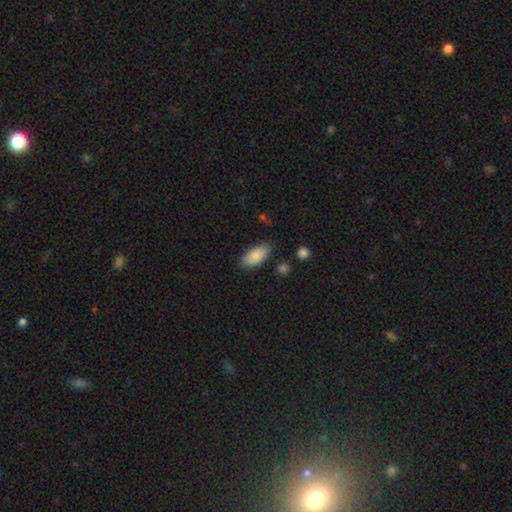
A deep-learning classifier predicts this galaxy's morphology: A smooth galaxy with no disk features (85%) that is in between round and cigar-shaped (91%).

Vote fractions:
- Smooth or featured? smooth: 85% / featured or disk: 8% / star or artifact: 6%
- How rounded? in between: 91% / cigar-shaped: 6% / round: 2%
- Merging? none: 82% / minor disturbance: 13% / major disturbance: 3% / merger: 2%